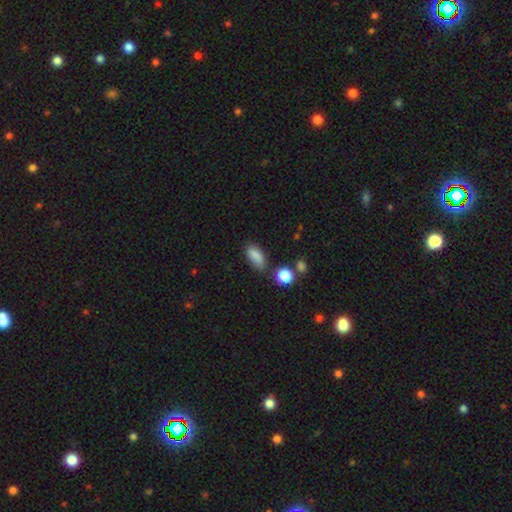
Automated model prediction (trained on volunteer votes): Smooth or featured? Predicted: smooth (p=0.84). How rounded? Predicted: in between (p=0.83). Merging? Predicted: none (p=0.62).